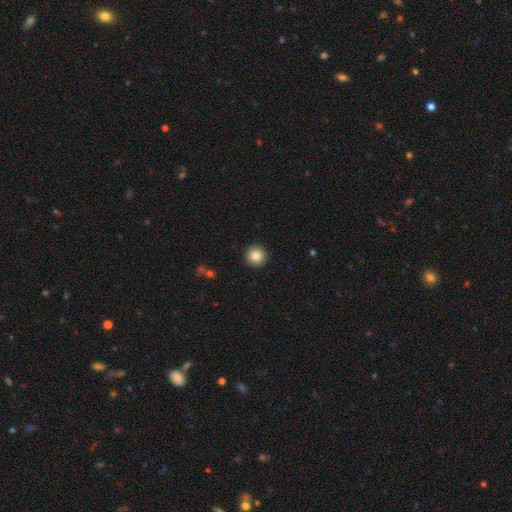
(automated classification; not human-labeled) Smooth or featured? Predicted: smooth (p=0.85). How rounded? Predicted: round (p=0.95). Merging? Predicted: none (p=0.93).